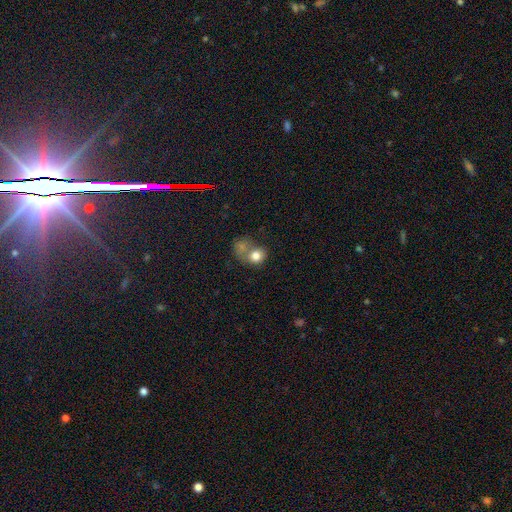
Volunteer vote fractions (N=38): This is clearly a smooth galaxy (92%). How rounded: likely round (77%). Merging: marginally none (38%, tied with merger).